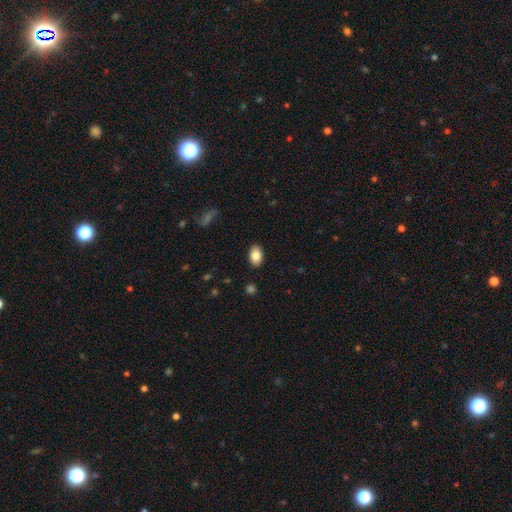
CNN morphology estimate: Smooth or featured? smooth (84%)
How rounded? in between (91%)
Merging? none (88%)